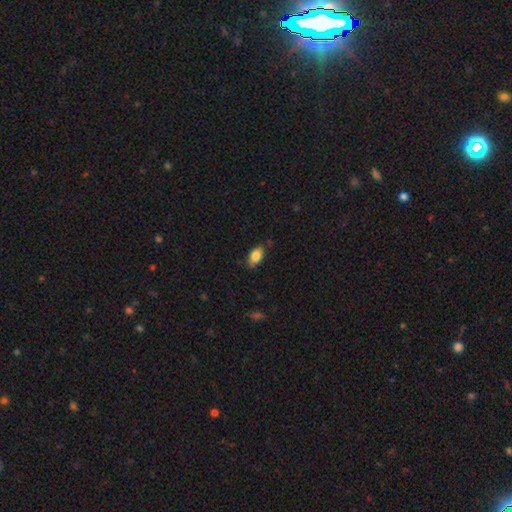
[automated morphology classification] Smooth or featured? smooth (84%)
How rounded? in between (92%)
Merging? none (79%)